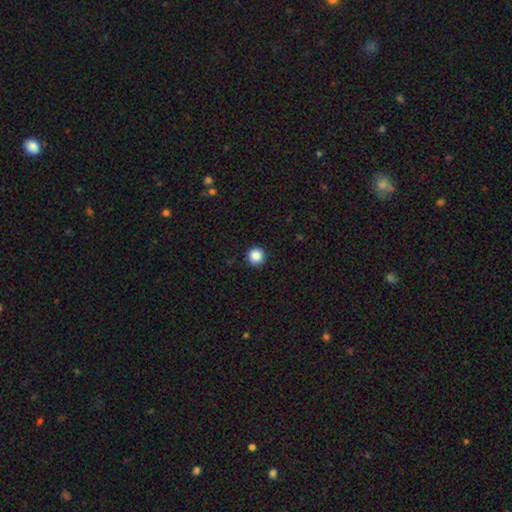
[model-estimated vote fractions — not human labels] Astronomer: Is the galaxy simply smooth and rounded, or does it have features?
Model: smooth — 87%.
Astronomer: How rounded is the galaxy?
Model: round — 96%.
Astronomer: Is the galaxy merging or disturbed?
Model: none — 93%.